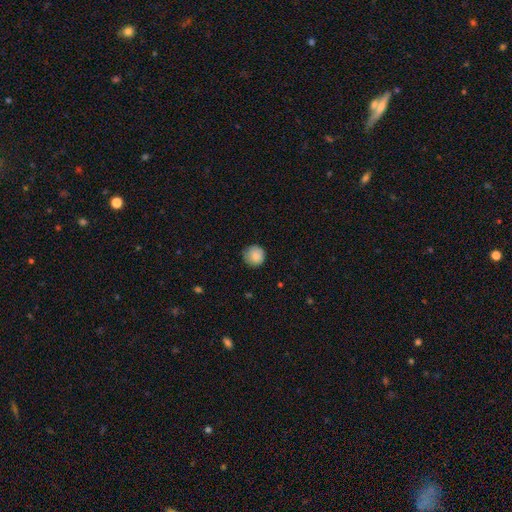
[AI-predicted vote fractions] Smooth or featured? smooth (87%)
How rounded? round (94%)
Merging? none (83%)